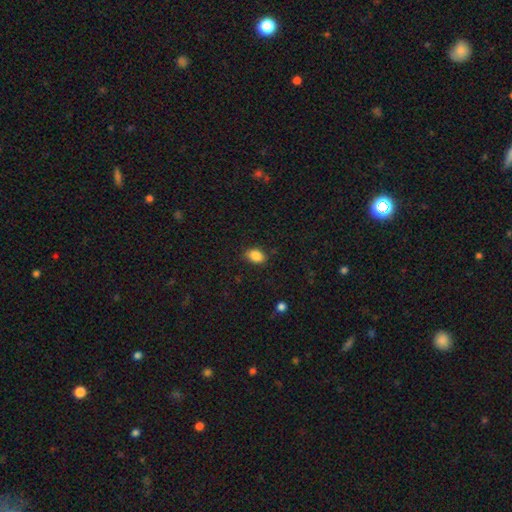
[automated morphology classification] Smooth or featured?
  - smooth: 86% *
  - star or artifact: 9%
  - featured or disk: 5%
How rounded?
  - in between: 74% *
  - round: 24%
  - cigar-shaped: 1%
Merging?
  - none: 83% *
  - minor disturbance: 13%
  - major disturbance: 3%
  - merger: 1%